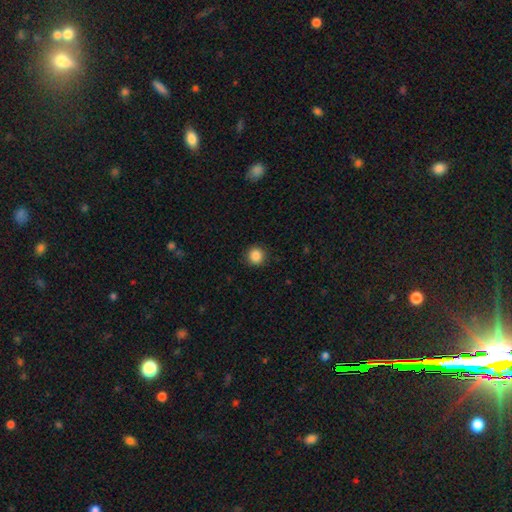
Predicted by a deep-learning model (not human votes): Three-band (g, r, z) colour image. It shows a smooth galaxy with no disk features (87%) that is round (92%). Merging: none (91%).